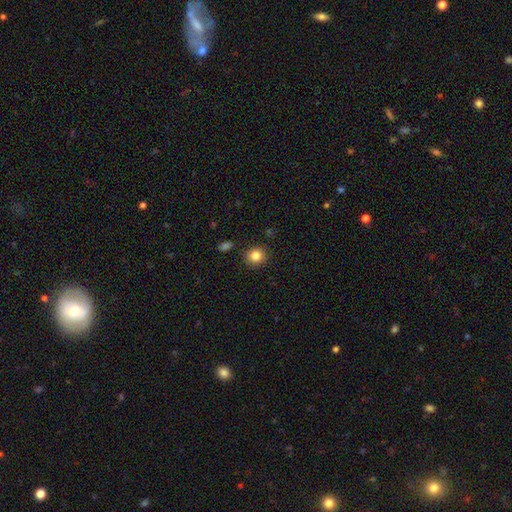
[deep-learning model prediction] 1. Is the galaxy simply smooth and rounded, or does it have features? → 84% smooth, 11% star or artifact, 6% featured or disk.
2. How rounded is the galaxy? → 85% round, 14% in between, 1% cigar-shaped.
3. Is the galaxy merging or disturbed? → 88% none, 7% minor disturbance, 2% major disturbance, 2% merger.